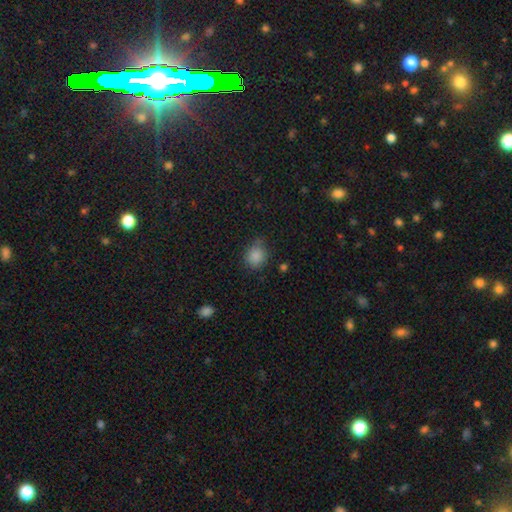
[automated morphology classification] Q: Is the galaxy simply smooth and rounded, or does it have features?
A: smooth — 86%.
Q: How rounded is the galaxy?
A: round — 77%.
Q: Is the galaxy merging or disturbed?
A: none — 70%.